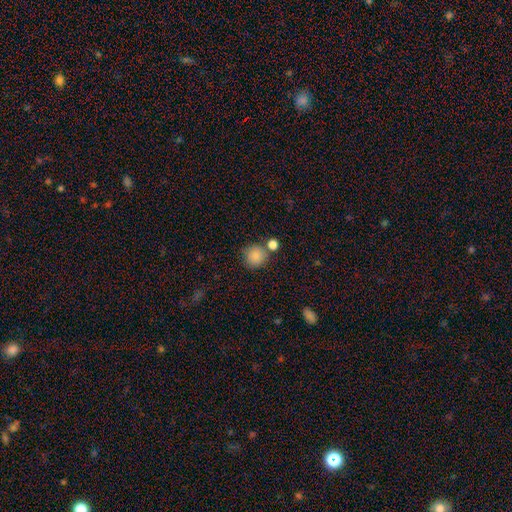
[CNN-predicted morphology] This appears to be a smooth galaxy with no disk features (86%) that is round (91%). Merging: none (71%).